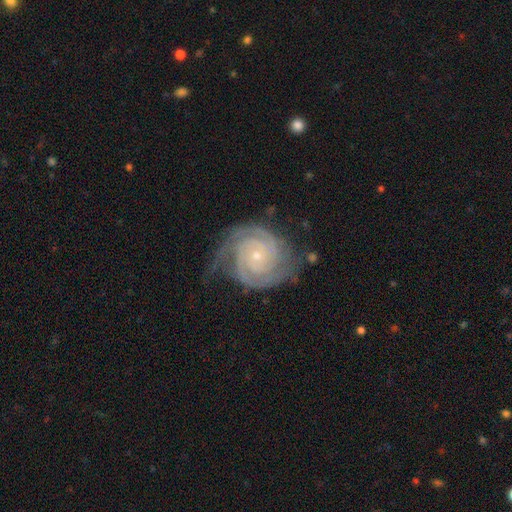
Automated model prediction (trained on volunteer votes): smooth-or-featured: featured or disk: 90% | star or artifact: 5% | smooth: 4%
  disk-edge-on: no: 98% | yes: 2%
    bar: no: 76% | weak: 18% | strong: 6%
    has-spiral-arms: yes: 98% | no: 2%
      spiral-winding: tight: 78% | medium: 19% | loose: 3%
      spiral-arm-count: 2: 48% | 3: 21% | can't tell: 13% | 4: 9% | more than 4: 5% | 1: 5%
    bulge-size: small: 82% | moderate: 15% | none: 1% | large: 1% | dominant: 1%
  merging: none: 69% | minor disturbance: 20% | major disturbance: 9% | merger: 2%